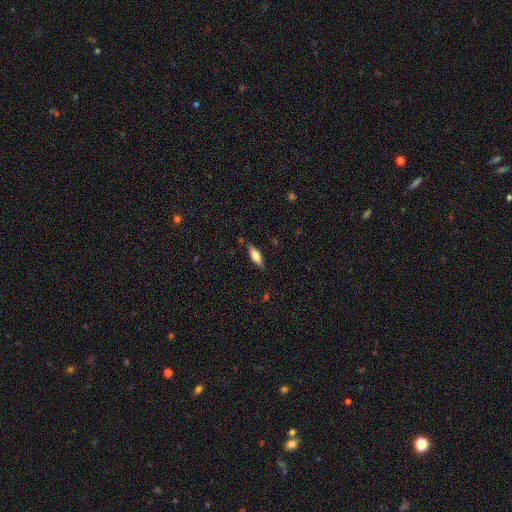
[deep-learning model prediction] smooth 72%, featured or disk 22%, star or artifact 7%. Down the decision tree: how rounded — in between (61%); merging — none (82%).